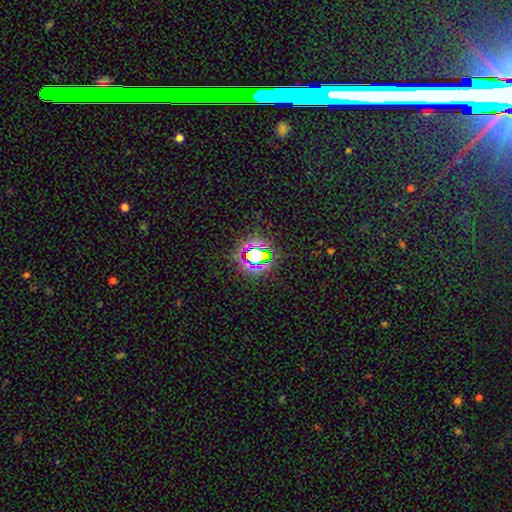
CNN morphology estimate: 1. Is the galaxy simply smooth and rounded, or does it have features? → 64% star or artifact, 25% smooth, 10% featured or disk.